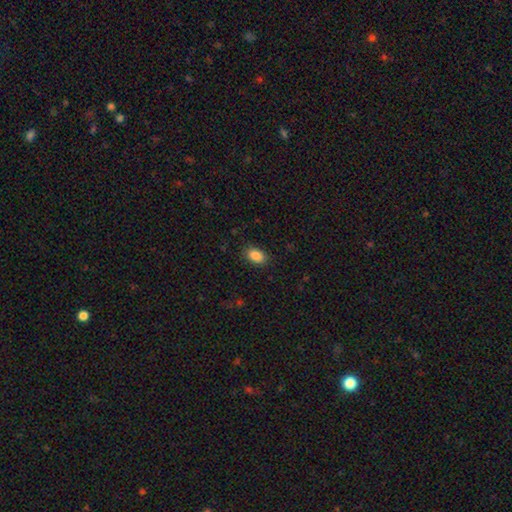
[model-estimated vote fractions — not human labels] Smooth or featured? smooth (87%)
How rounded? in between (88%)
Merging? none (87%)